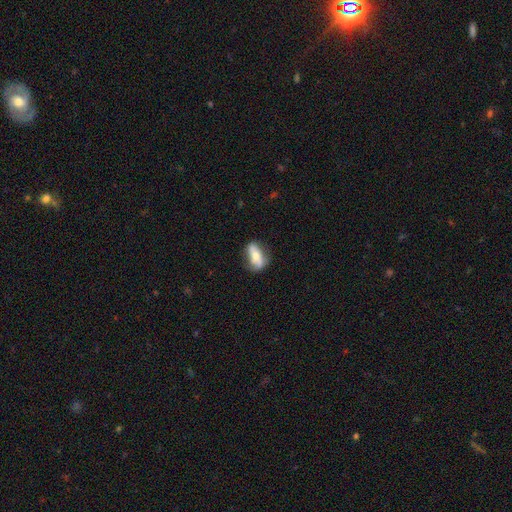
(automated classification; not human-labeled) Smooth or featured? smooth (52%)
How rounded? in between (76%)
Merging? none (64%)